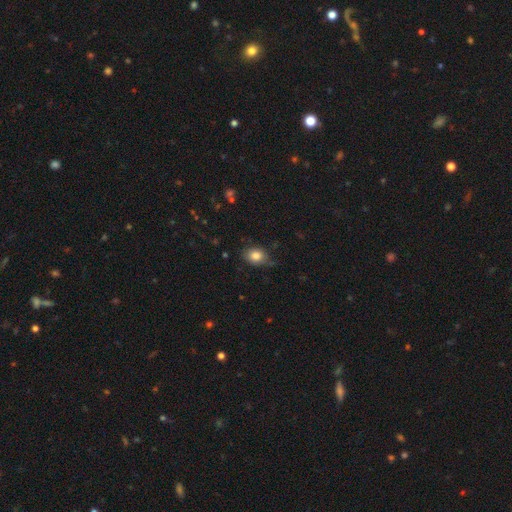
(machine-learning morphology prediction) Smooth or featured? smooth (84%)
How rounded? in between (58%)
Merging? none (68%)